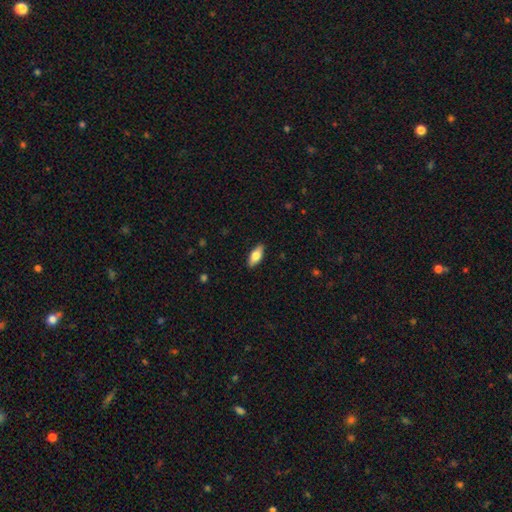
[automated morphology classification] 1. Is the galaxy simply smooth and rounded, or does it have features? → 76% smooth, 18% featured or disk, 6% star or artifact.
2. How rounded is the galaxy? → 83% in between, 15% cigar-shaped, 3% round.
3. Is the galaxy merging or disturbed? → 88% none, 9% minor disturbance, 2% major disturbance, 1% merger.